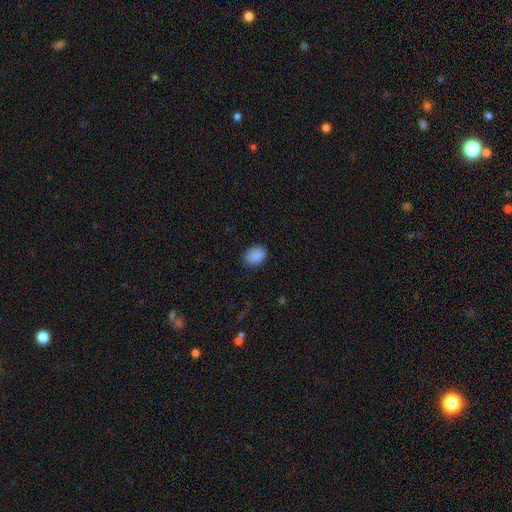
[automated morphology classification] This appears to be a smooth galaxy with no disk features (89%) that is in between round and cigar-shaped (64%). Merging: none (85%).